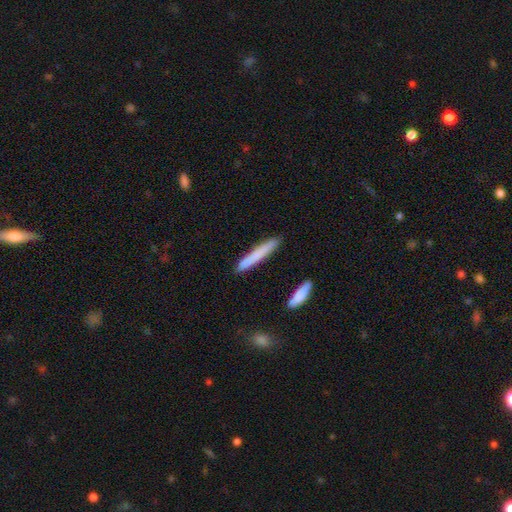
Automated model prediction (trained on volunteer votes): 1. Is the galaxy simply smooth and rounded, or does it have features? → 74% smooth, 21% featured or disk, 6% star or artifact.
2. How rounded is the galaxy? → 95% cigar-shaped, 3% in between, 1% round.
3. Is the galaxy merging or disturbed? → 89% none, 7% minor disturbance, 2% merger, 2% major disturbance.